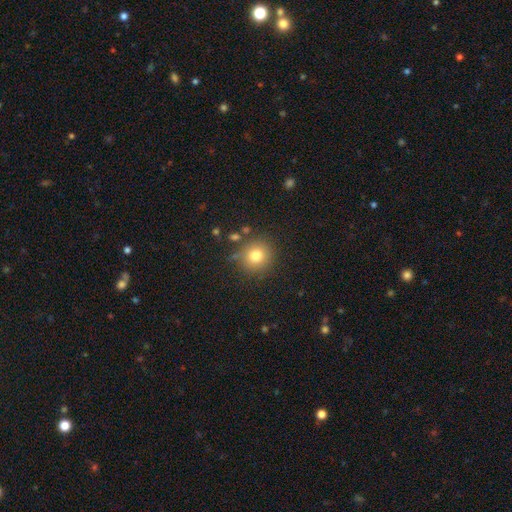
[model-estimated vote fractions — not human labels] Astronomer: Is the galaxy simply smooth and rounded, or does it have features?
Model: smooth — 78%.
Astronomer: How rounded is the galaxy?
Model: round — 90%.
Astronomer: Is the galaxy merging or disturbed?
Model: none — 80%.